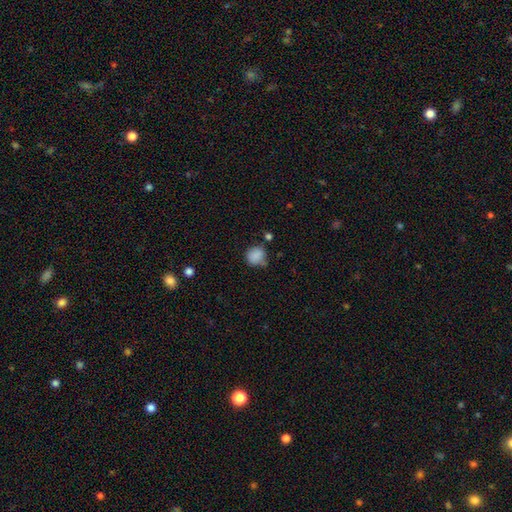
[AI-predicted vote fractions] smooth_or_featured: smooth (p=0.85) [alt: star or artifact p=0.10]
how_rounded: round (p=0.79) [alt: in between p=0.20]
merging: none (p=0.61) [alt: minor disturbance p=0.26]